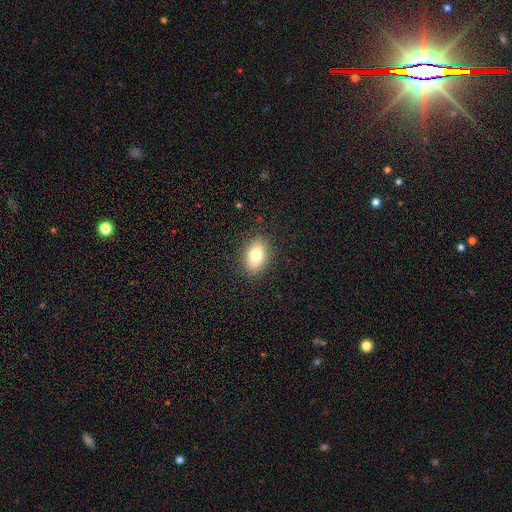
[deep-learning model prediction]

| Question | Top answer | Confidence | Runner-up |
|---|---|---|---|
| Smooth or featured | smooth | 79% | featured or disk (12%) |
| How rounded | in between | 85% | round (13%) |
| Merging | none | 88% | minor disturbance (9%) |